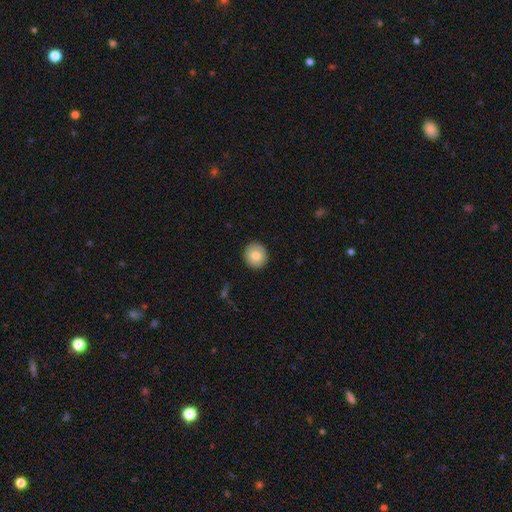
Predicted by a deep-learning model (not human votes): The model was most divided on "smooth or featured": smooth: 81%, featured or disk: 12%, star or artifact: 8%. More confident: merging — none (91%); how rounded — round (90%).